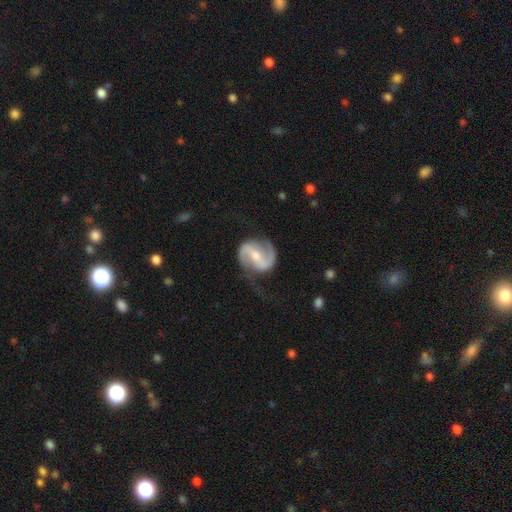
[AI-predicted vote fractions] Smooth or featured? featured or disk (89%)
Edge-on disk? no (98%)
Bar? strong (45%)
Spiral arms? yes (97%)
Spiral winding? medium (51%)
Spiral arm count? 2 (91%)
Bulge size? small (47%, tied with moderate)
Merging? none (63%)